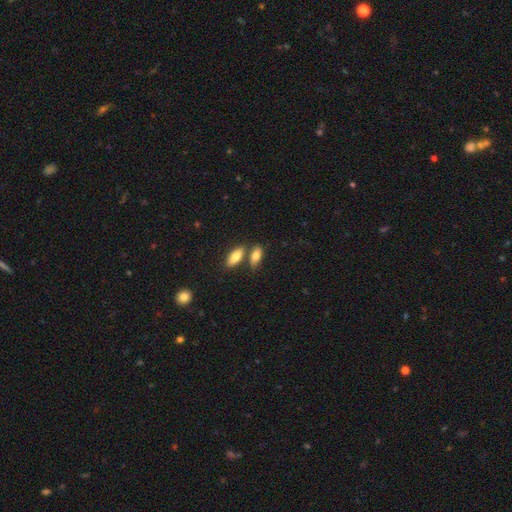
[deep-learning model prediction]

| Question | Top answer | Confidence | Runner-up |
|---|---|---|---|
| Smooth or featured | smooth | 81% | featured or disk (12%) |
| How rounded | in between | 80% | cigar-shaped (16%) |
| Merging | none | 56% | merger (29%) |